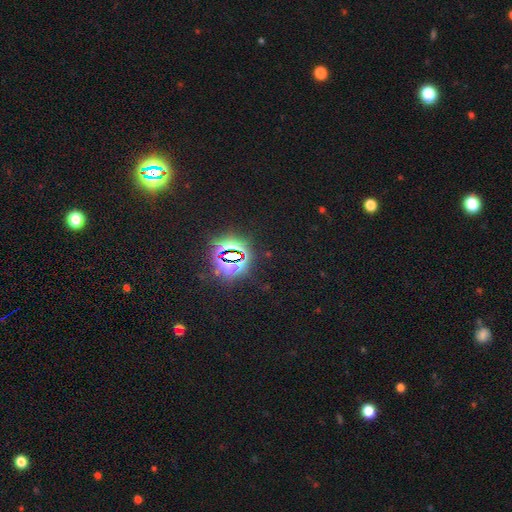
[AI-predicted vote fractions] Smooth or featured: star or artifact — 83% (smooth — 11%)